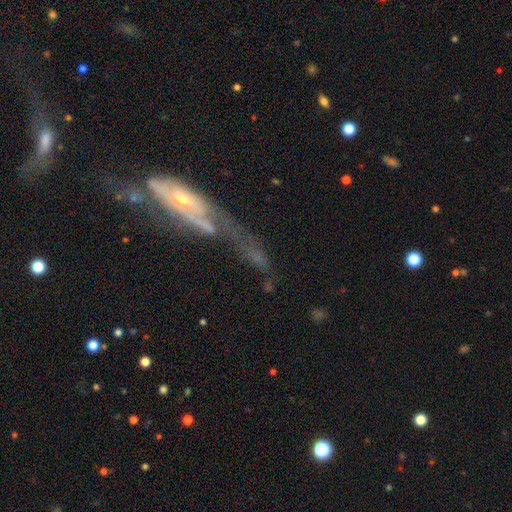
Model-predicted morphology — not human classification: smooth-or-featured: featured or disk: 68% | smooth: 21% | star or artifact: 11%
  disk-edge-on: no: 69% | yes: 31%
  merging: none: 33% | major disturbance: 32% | minor disturbance: 19% | merger: 16%